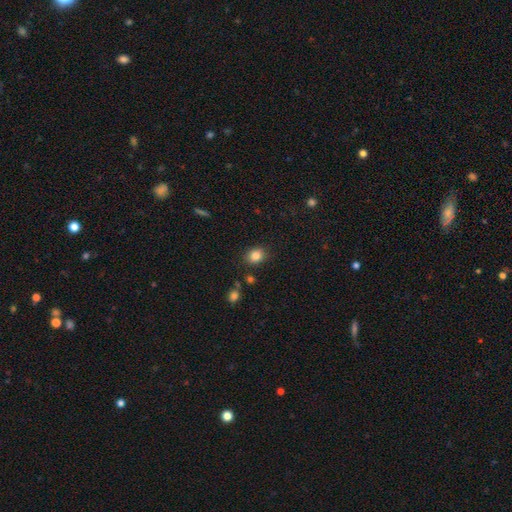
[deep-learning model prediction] Smooth or featured?
  - smooth: 83% *
  - star or artifact: 11%
  - featured or disk: 6%
How rounded?
  - round: 54% *
  - in between: 45%
  - cigar-shaped: 1%
Merging?
  - none: 82% *
  - minor disturbance: 12%
  - merger: 3%
  - major disturbance: 3%